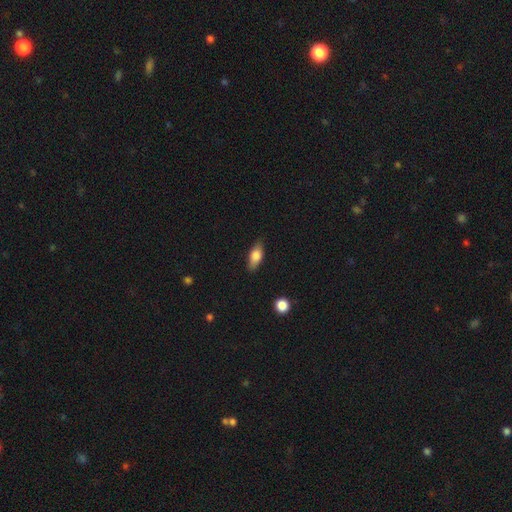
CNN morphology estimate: A smooth galaxy with no disk features (73%) that is in between round and cigar-shaped (79%).

Vote fractions:
- Smooth or featured? smooth: 73% / featured or disk: 20% / star or artifact: 7%
- How rounded? in between: 79% / cigar-shaped: 17% / round: 4%
- Merging? none: 83% / minor disturbance: 13% / major disturbance: 3% / merger: 1%